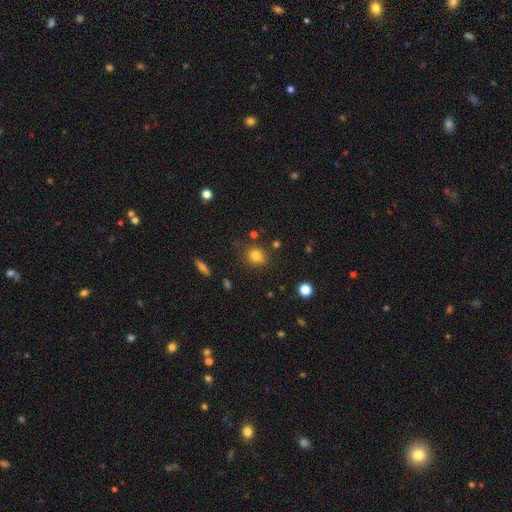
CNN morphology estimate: Overall: smooth (79%). How rounded: round (58%; in between 41%). Merging: none (75%).